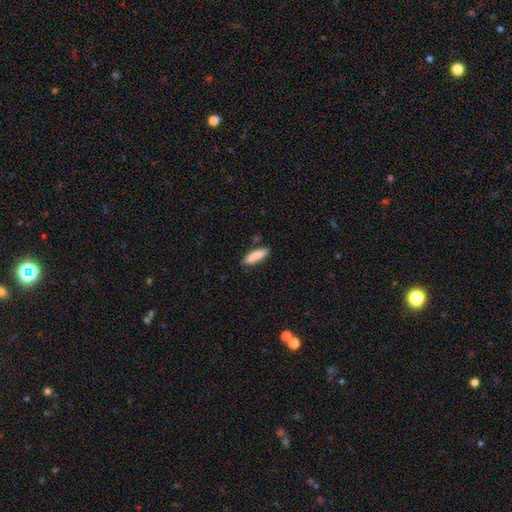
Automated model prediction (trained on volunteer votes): Smooth or featured?
  - smooth: 86% *
  - featured or disk: 8%
  - star or artifact: 6%
How rounded?
  - cigar-shaped: 60% *
  - in between: 38%
  - round: 2%
Merging?
  - none: 81% *
  - minor disturbance: 13%
  - merger: 3%
  - major disturbance: 2%